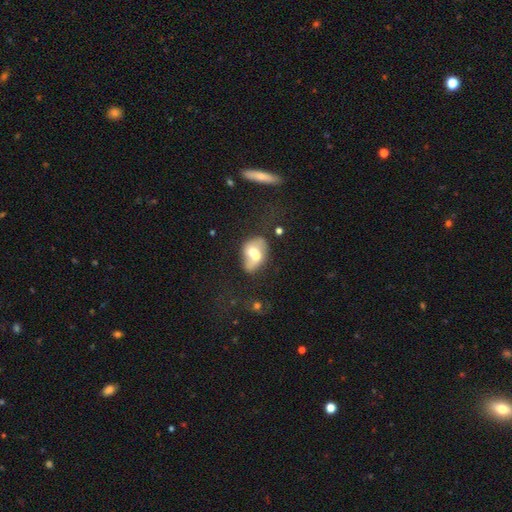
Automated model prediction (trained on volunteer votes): A smooth galaxy with no disk features (52%) that is in between round and cigar-shaped (68%). Merging: merger (56%).